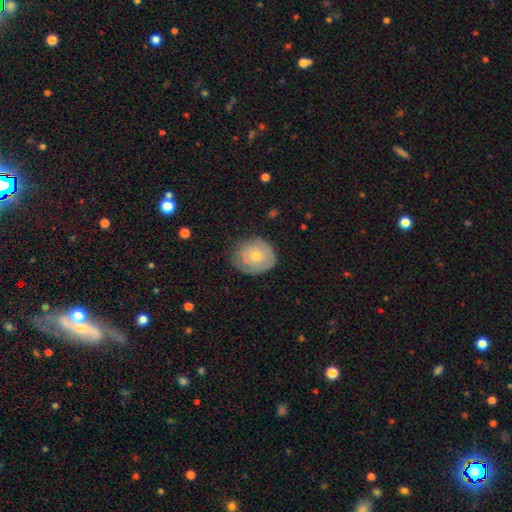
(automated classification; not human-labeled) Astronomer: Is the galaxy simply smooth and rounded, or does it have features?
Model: smooth — 63%.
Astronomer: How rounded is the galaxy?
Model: round — 75%.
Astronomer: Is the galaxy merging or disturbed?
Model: none — 68%.